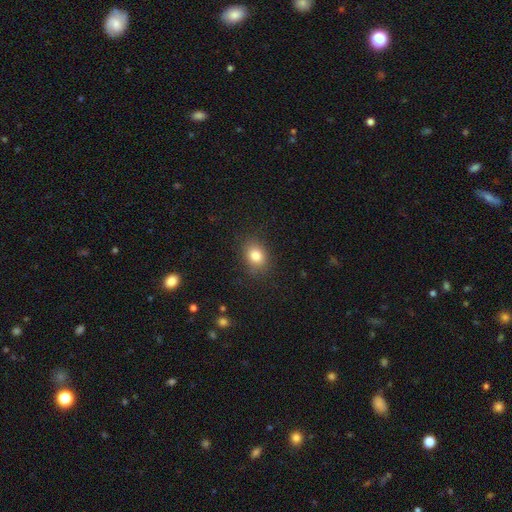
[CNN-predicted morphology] This is clearly a smooth galaxy (82%). How rounded: possibly in between (57%). Merging: clearly none (84%).